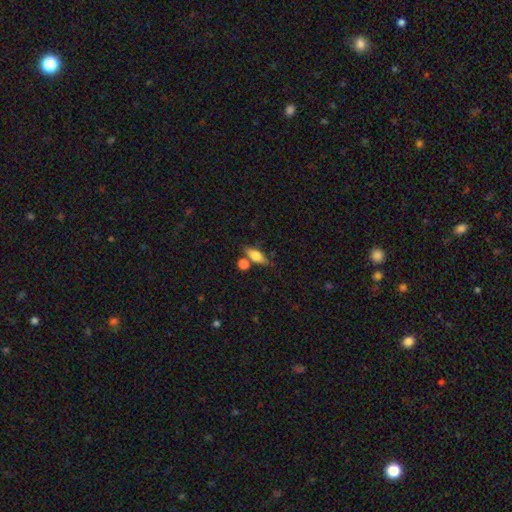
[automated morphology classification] Smooth or featured? smooth (59%)
How rounded? in between (62%)
Merging? none (67%)